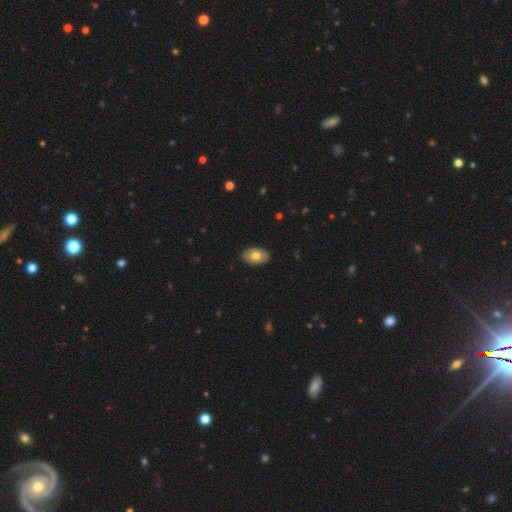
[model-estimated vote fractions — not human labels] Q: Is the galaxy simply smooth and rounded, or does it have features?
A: smooth — 63%.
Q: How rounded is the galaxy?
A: in between — 89%.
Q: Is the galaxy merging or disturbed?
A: none — 87%.